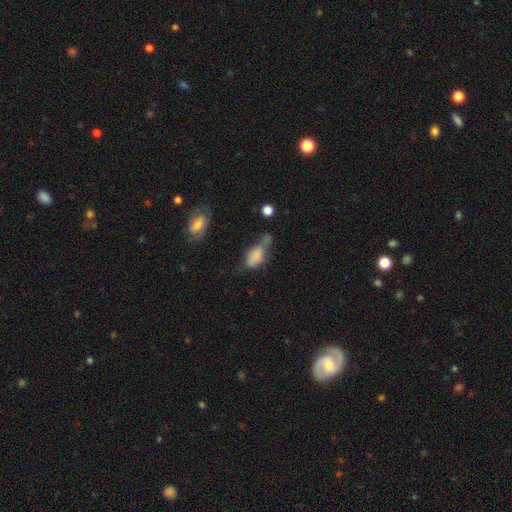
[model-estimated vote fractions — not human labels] A smooth galaxy with no disk features (72%) that is in between round and cigar-shaped (86%).

Vote fractions:
- Smooth or featured? smooth: 72% / featured or disk: 18% / star or artifact: 10%
- How rounded? in between: 86% / cigar-shaped: 8% / round: 5%
- Merging? minor disturbance: 29% / major disturbance: 24% / merger: 24% / none: 23%